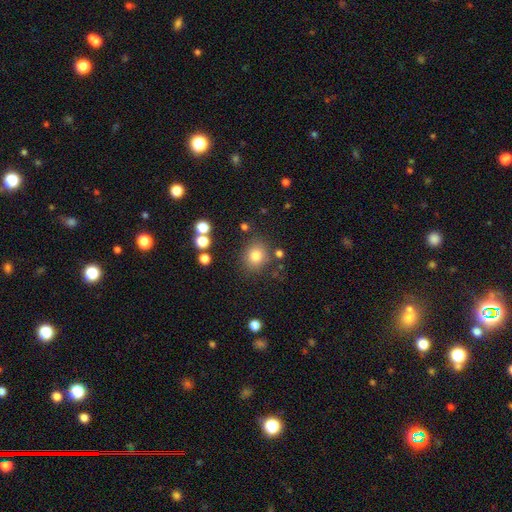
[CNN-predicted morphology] smooth-or-featured: smooth: 80% | star or artifact: 13% | featured or disk: 8%
  how-rounded: round: 75% | in between: 24% | cigar-shaped: 1%
  merging: none: 80% | minor disturbance: 11% | merger: 5% | major disturbance: 4%